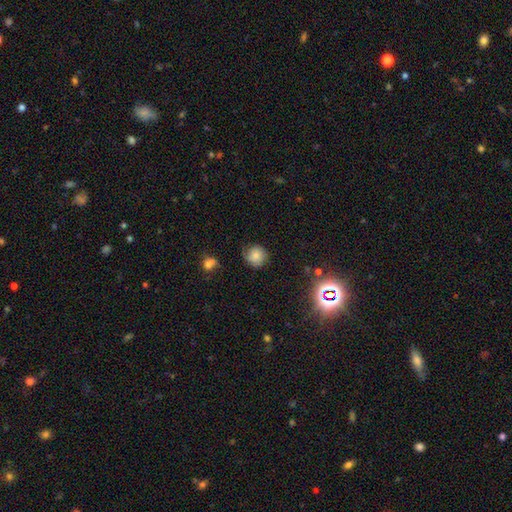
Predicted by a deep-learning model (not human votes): Smooth or featured? smooth (63%)
How rounded? round (86%)
Merging? none (63%)